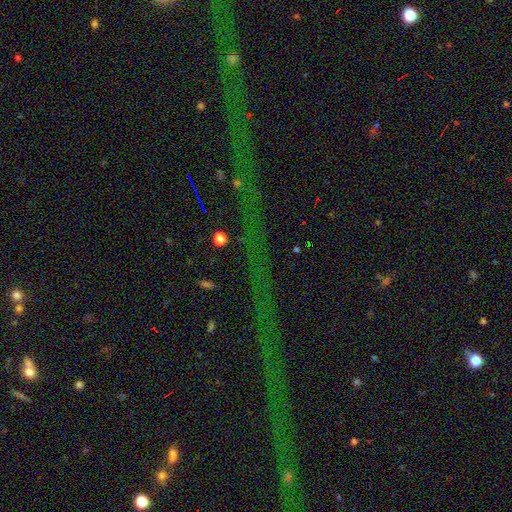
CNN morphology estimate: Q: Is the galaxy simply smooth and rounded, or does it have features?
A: star or artifact — 80%.